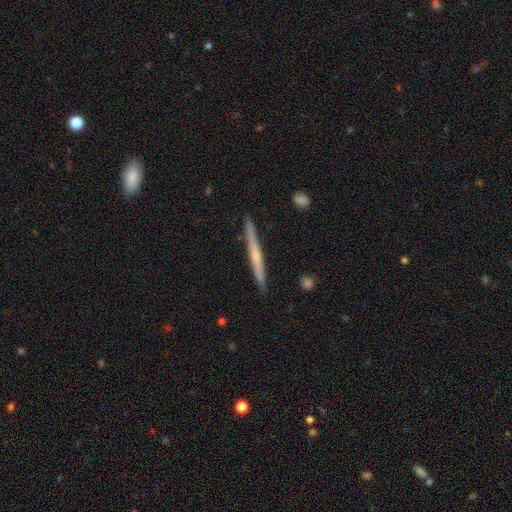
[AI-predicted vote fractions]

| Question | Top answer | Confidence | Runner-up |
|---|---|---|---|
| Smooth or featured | featured or disk | 59% | smooth (35%) |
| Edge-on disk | yes | 97% | no (3%) |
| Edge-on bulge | none | 50% | rounded (44%) |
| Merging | none | 90% | minor disturbance (7%) |